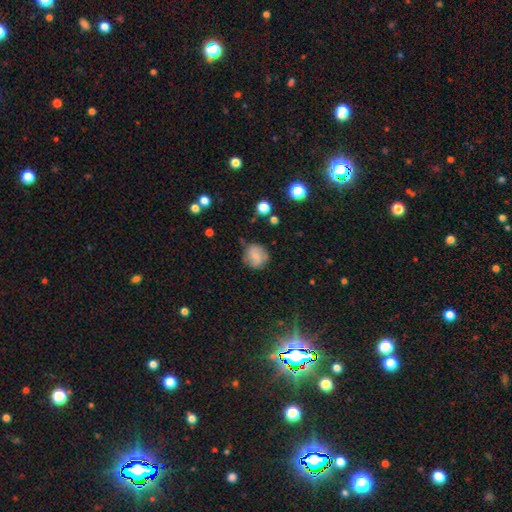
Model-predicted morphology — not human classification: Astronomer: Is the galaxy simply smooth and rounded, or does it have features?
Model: smooth — 73%.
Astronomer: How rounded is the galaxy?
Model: round — 85%.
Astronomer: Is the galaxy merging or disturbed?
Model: none — 68%.